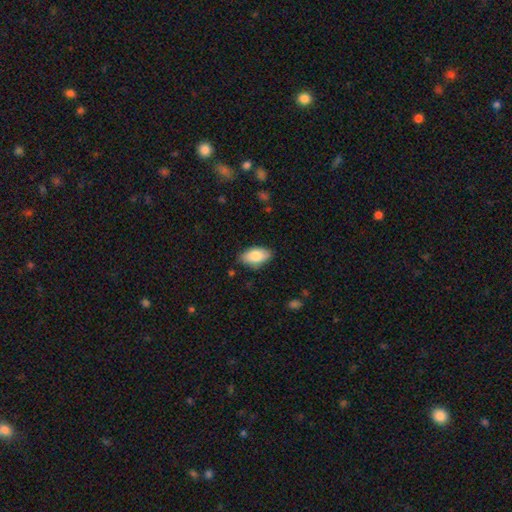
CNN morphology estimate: Smooth or featured? Predicted: smooth (p=0.82). How rounded? Predicted: in between (p=0.93). Merging? Predicted: none (p=0.81).